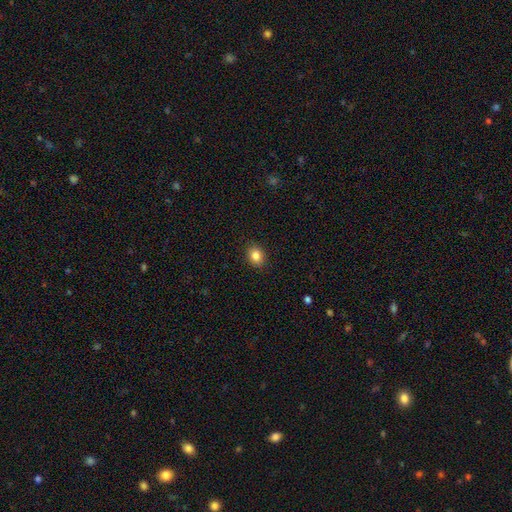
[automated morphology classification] This is clearly a smooth galaxy (85%). How rounded: possibly round (53%). Merging: clearly none (90%).